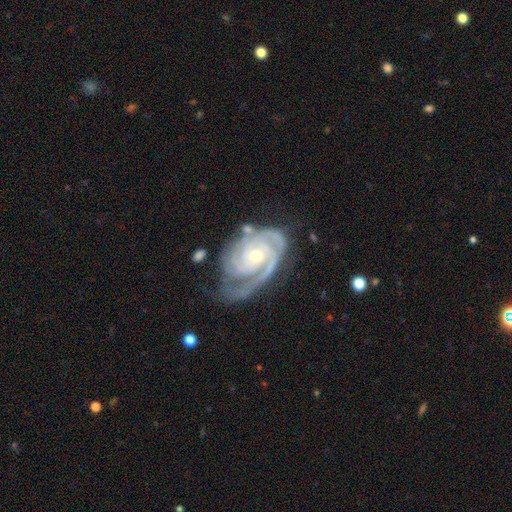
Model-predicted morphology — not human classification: Overall: featured or disk (92%). Edge-on disk: no (97%). Bar: no (69%). Spiral arms: yes (98%). Spiral arm count: 3 (42%; 2 22%). Spiral winding: tight (74%). Bulge size: small (56%; moderate 42%). Merging: none (59%; minor disturbance 25%).